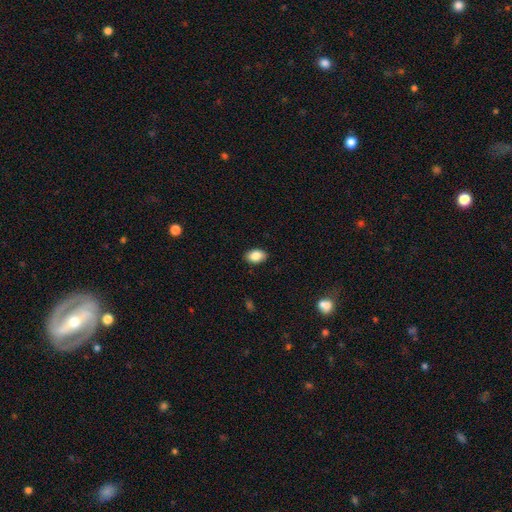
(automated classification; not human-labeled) Morphology: type=smooth (86%); roundness=in between (88%); merging=none (88%).